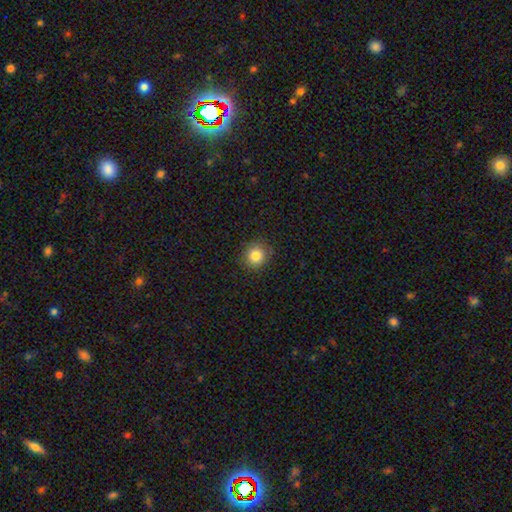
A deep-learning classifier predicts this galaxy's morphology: Smooth or featured? Predicted: smooth (p=0.82). How rounded? Predicted: round (p=0.90). Merging? Predicted: none (p=0.87).